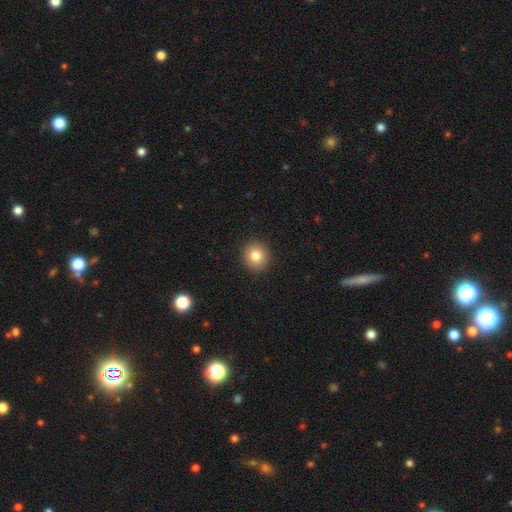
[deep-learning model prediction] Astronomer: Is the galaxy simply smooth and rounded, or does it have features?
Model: smooth — 82%.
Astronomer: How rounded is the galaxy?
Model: round — 90%.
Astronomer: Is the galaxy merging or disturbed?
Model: none — 92%.